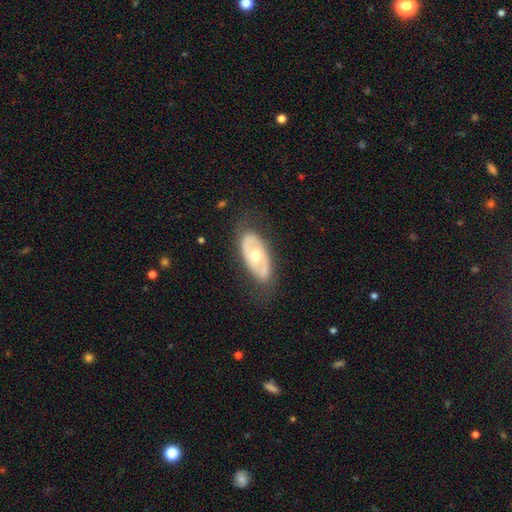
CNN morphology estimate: This appears to be a featured or disk galaxy (59%) with no bar (86%), no spiral arms (82%) and a moderate central bulge (75%). Merging: none (76%).